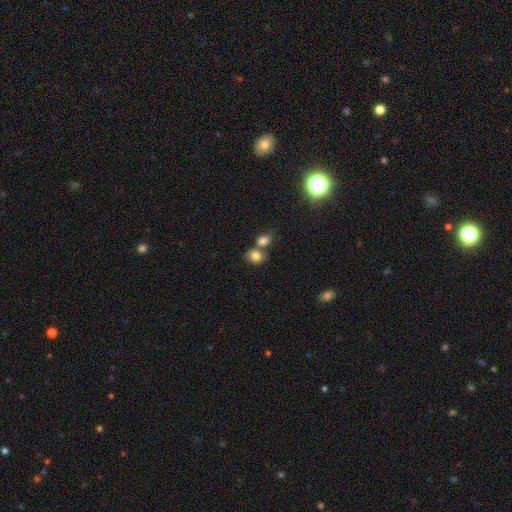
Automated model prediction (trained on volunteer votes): The model was most divided on "merging": merger: 45%, none: 40%, minor disturbance: 11%, major disturbance: 4%. More confident: smooth or featured — smooth (80%); how rounded — round (55%).